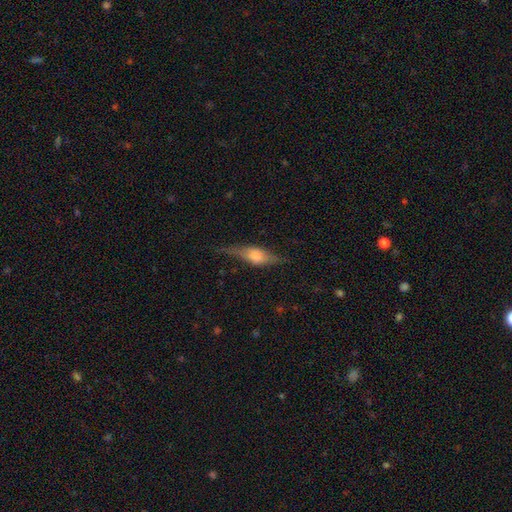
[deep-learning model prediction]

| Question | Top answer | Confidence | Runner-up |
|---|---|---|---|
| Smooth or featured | featured or disk | 55% | smooth (37%) |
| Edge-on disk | yes | 92% | no (8%) |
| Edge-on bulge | rounded | 74% | boxy (22%) |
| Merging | none | 70% | minor disturbance (21%) |